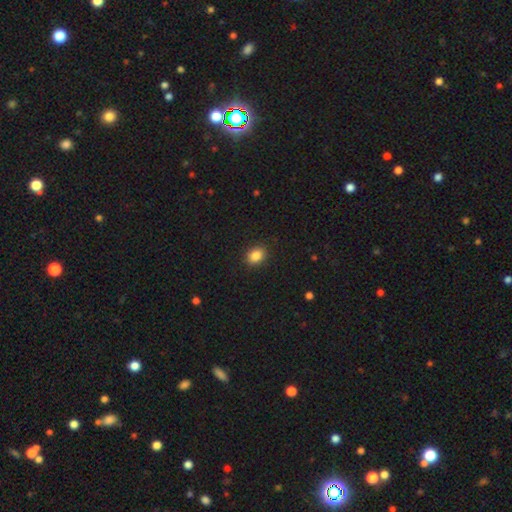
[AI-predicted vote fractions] A smooth galaxy with no disk features (86%) that is in between round and cigar-shaped (57%). Merging: none (89%).